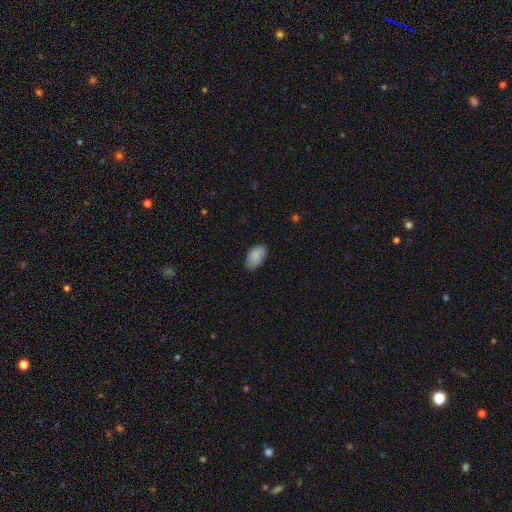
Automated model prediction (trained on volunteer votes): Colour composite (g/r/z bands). It shows a smooth galaxy with no disk features (86%) that is in between round and cigar-shaped (94%). Merging: none (80%).